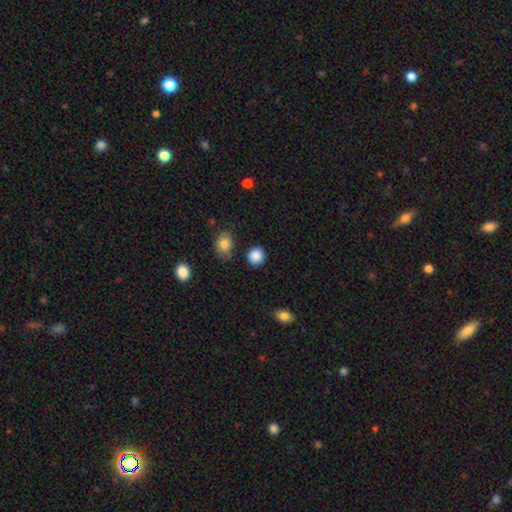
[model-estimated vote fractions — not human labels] The model was most divided on "how rounded": round: 87%, in between: 12%, cigar-shaped: 1%. More confident: smooth or featured — smooth (88%); merging — none (87%).